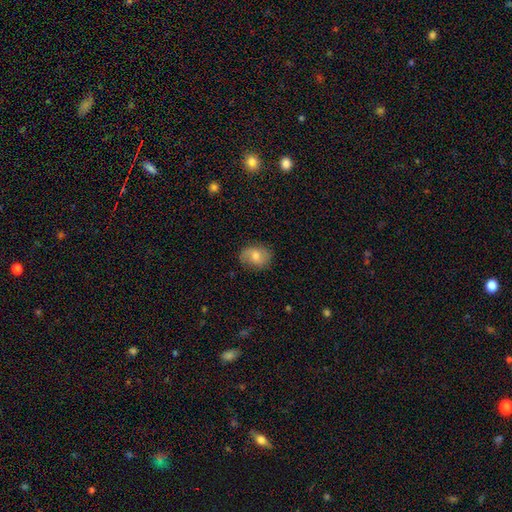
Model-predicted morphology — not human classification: Smooth or featured? Predicted: smooth (p=0.52). How rounded? Predicted: in between (p=0.61). Merging? Predicted: none (p=0.77).